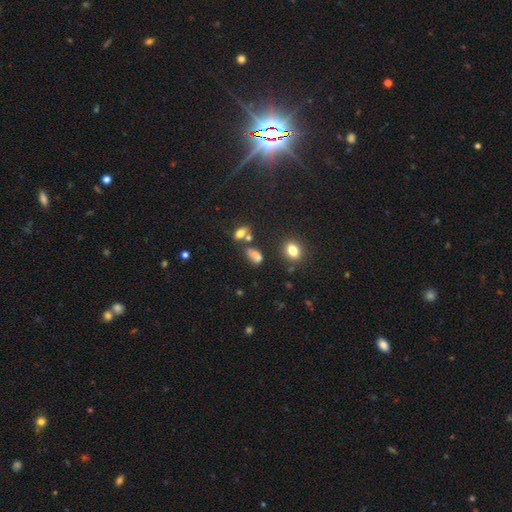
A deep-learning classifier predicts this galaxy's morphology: Smooth or featured?
  - smooth: 60% *
  - star or artifact: 27%
  - featured or disk: 13%
How rounded?
  - in between: 71% *
  - round: 21%
  - cigar-shaped: 8%
Merging?
  - none: 51% *
  - merger: 22%
  - minor disturbance: 17%
  - major disturbance: 10%